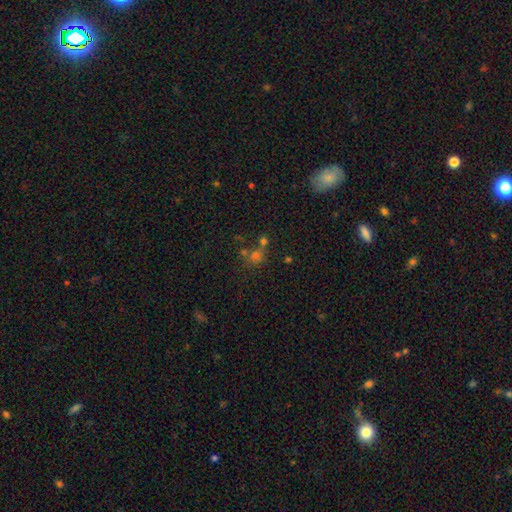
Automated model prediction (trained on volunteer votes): Q: Smooth or featured?
A: smooth (53%); runner-up: star or artifact (35%)
Q: How rounded?
A: round (82%); runner-up: in between (17%)
Q: Merging?
A: none (54%); runner-up: merger (31%)